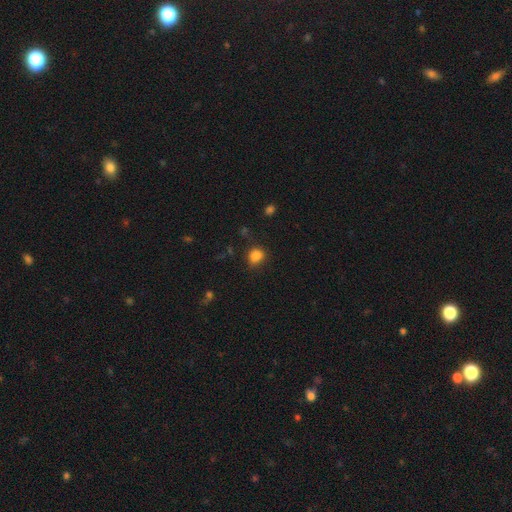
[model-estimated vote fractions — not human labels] Q: Smooth or featured?
A: smooth (84%); runner-up: star or artifact (11%)
Q: How rounded?
A: round (61%); runner-up: in between (38%)
Q: Merging?
A: none (73%); runner-up: minor disturbance (20%)